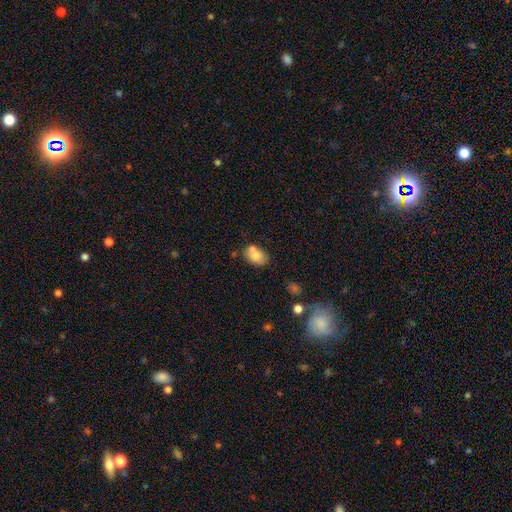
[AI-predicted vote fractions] A smooth galaxy with no disk features (75%) that is in between round and cigar-shaped (80%). Merging: none (50%).